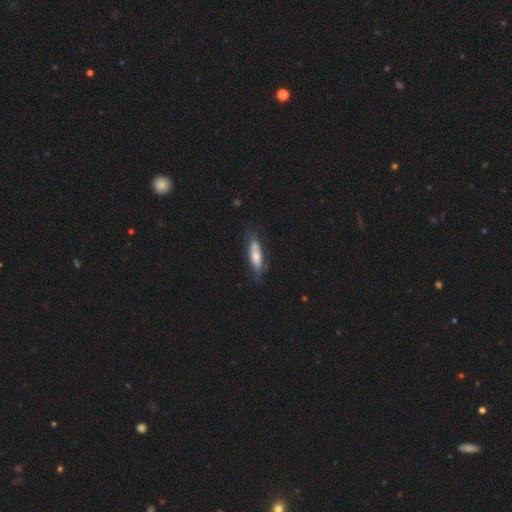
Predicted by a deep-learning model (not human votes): Smooth or featured: smooth — 64% (featured or disk — 30%)
How rounded: cigar-shaped — 51% (in between — 47%)
Merging: none — 67% (minor disturbance — 23%)